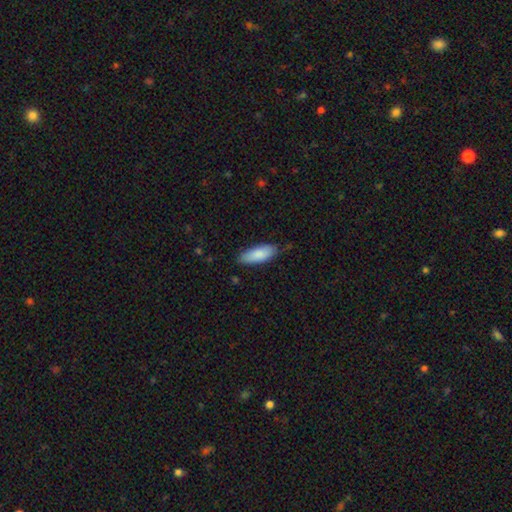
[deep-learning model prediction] Morphology: type=smooth (87%); roundness=in between (69%); merging=none (79%).